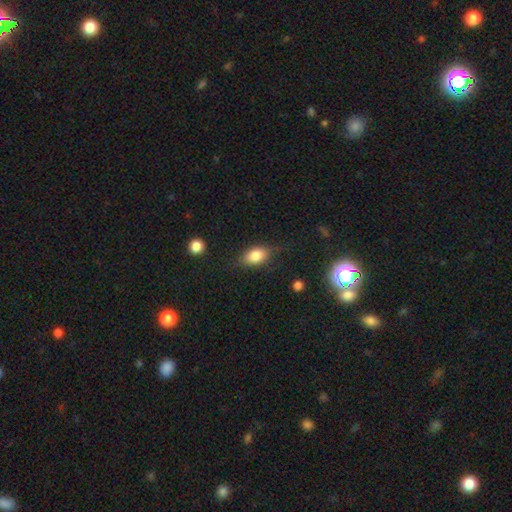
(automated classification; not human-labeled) A smooth galaxy with no disk features (80%) that is in between round and cigar-shaped (85%).

Vote fractions:
- Smooth or featured? smooth: 80% / featured or disk: 12% / star or artifact: 8%
- How rounded? in between: 85% / round: 10% / cigar-shaped: 5%
- Merging? none: 73% / minor disturbance: 19% / major disturbance: 6% / merger: 2%